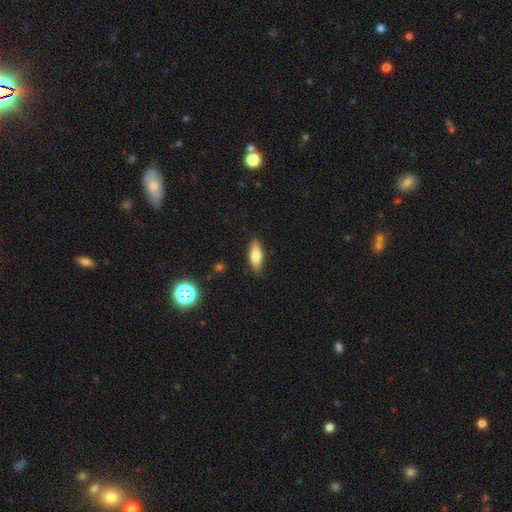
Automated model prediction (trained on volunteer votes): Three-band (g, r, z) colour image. It shows a smooth galaxy with no disk features (72%) that is in between round and cigar-shaped (64%). Merging: none (86%).